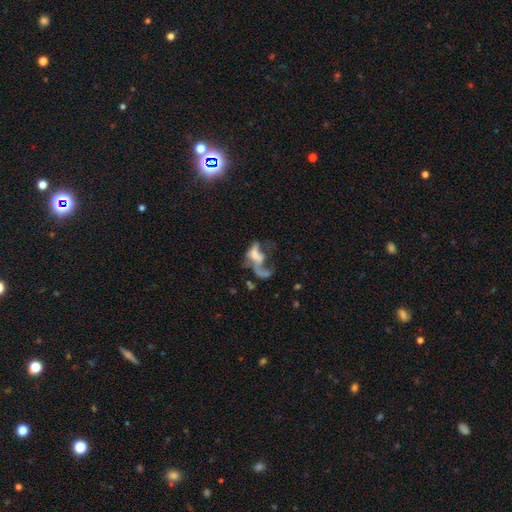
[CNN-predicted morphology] Smooth or featured? featured or disk (53%)
Edge-on disk? no (94%)
Merging? major disturbance (50%)